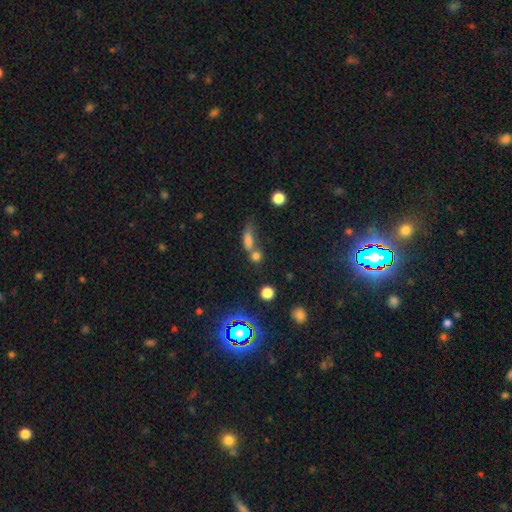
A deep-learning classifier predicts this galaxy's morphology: A star or artifact, not a galaxy (59%).

Vote fractions:
- Smooth or featured? star or artifact: 59% / smooth: 26% / featured or disk: 15%